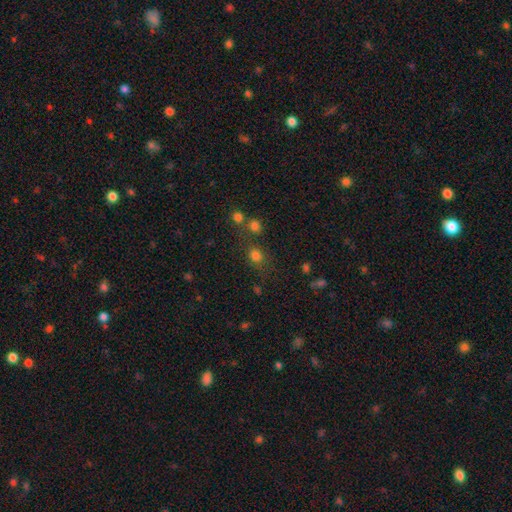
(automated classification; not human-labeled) Smooth or featured? smooth (75%)
How rounded? round (69%)
Merging? none (64%)